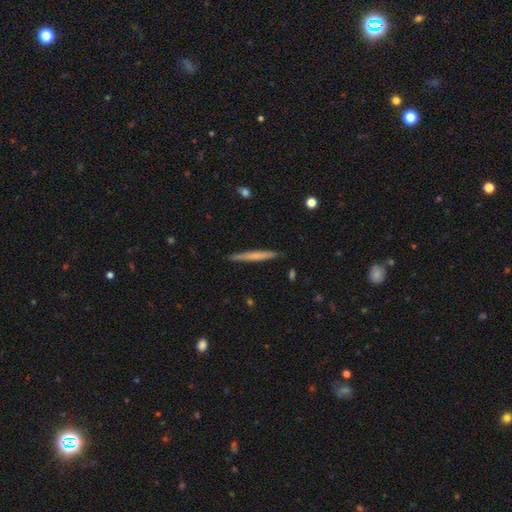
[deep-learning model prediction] smooth-or-featured: smooth: 56% | featured or disk: 38% | star or artifact: 6%
  how-rounded: cigar-shaped: 97% | in between: 2% | round: 1%
  merging: none: 90% | minor disturbance: 7% | major disturbance: 1% | merger: 1%